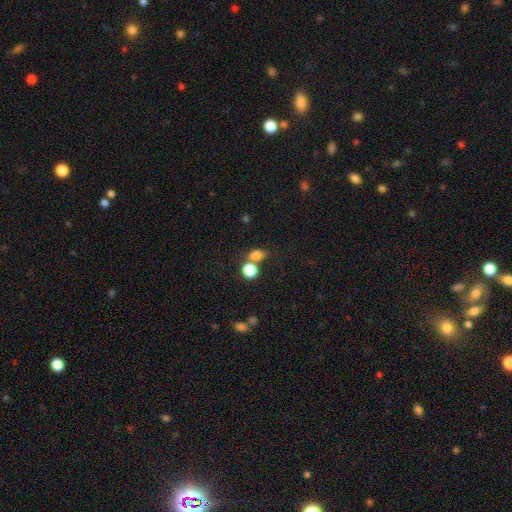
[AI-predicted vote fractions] The model was most divided on "how rounded": round: 50%, in between: 49%, cigar-shaped: 2%. Remaining: smooth or featured — smooth (78%); merging — none (50%).